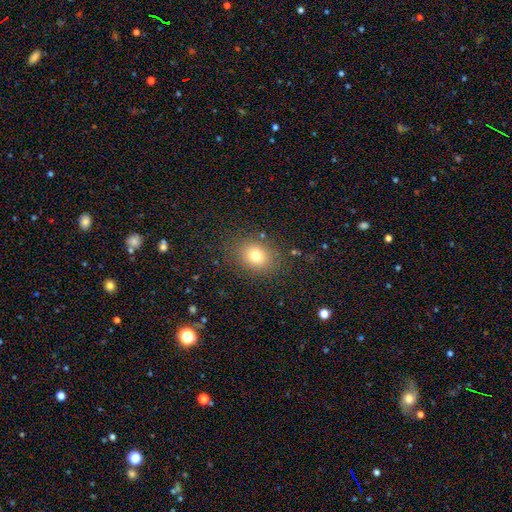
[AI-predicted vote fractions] Q: Smooth or featured?
A: smooth (76%); runner-up: star or artifact (14%)
Q: How rounded?
A: round (50%); runner-up: in between (49%)
Q: Merging?
A: none (83%); runner-up: minor disturbance (11%)